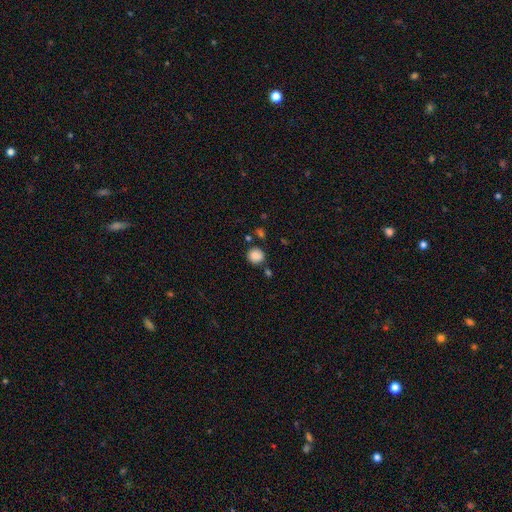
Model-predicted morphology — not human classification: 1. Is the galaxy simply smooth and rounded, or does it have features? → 87% smooth, 10% star or artifact, 4% featured or disk.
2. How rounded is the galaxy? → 88% round, 11% in between, 1% cigar-shaped.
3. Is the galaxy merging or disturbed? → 78% none, 11% minor disturbance, 7% merger, 4% major disturbance.